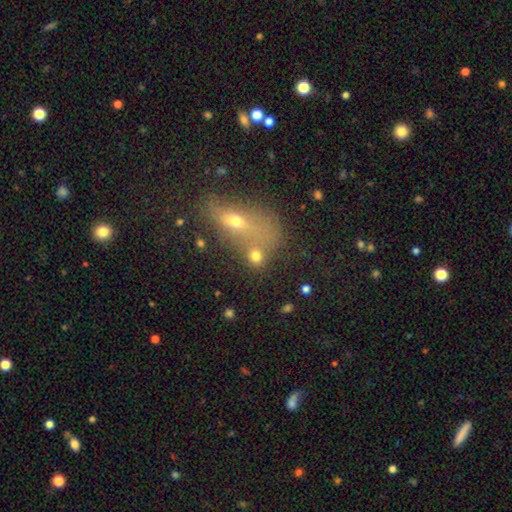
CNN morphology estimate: Q: Smooth or featured?
A: smooth (70%); runner-up: star or artifact (17%)
Q: How rounded?
A: round (58%); runner-up: in between (38%)
Q: Merging?
A: none (44%); runner-up: merger (38%)